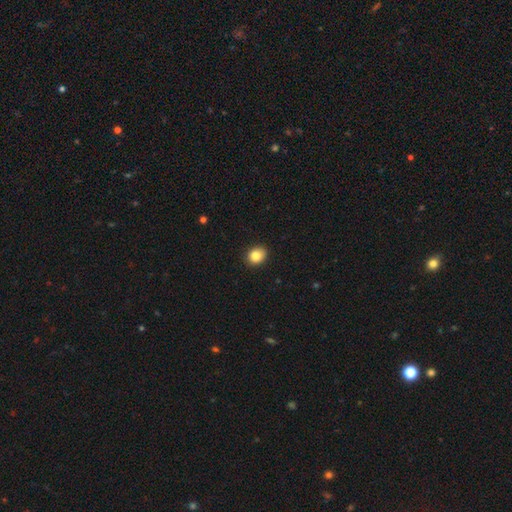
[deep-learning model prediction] smooth_or_featured: smooth (p=0.86) [alt: star or artifact p=0.09]
how_rounded: round (p=0.57) [alt: in between p=0.42]
merging: none (p=0.88) [alt: minor disturbance p=0.09]